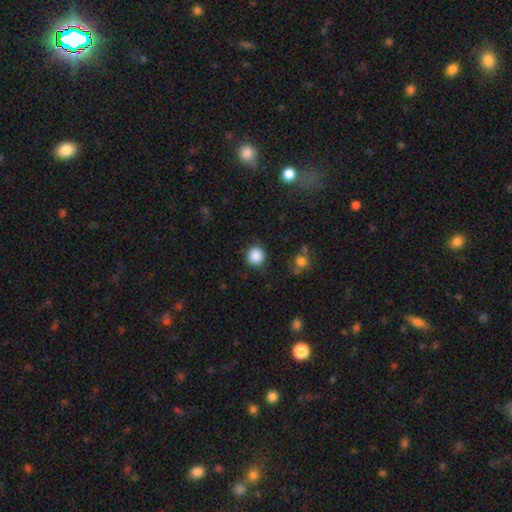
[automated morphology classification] The model was most divided on "smooth or featured": smooth: 88%, star or artifact: 9%, featured or disk: 3%. More confident: how rounded — round (92%); merging — none (87%).